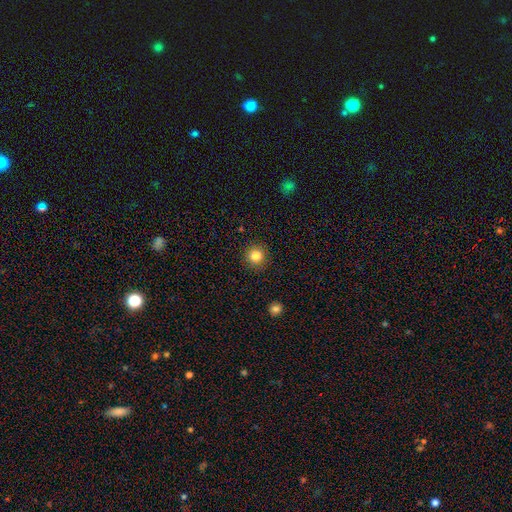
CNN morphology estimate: smooth-or-featured: smooth: 83% | star or artifact: 11% | featured or disk: 6%
  how-rounded: round: 94% | in between: 5% | cigar-shaped: 1%
  merging: none: 92% | minor disturbance: 5% | major disturbance: 2% | merger: 1%